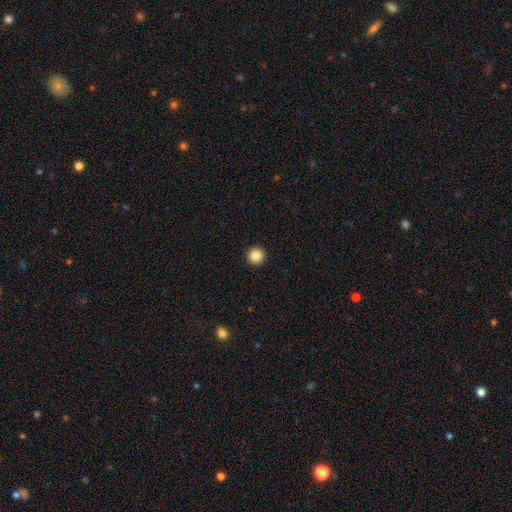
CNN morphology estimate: Smooth or featured? smooth (86%)
How rounded? round (96%)
Merging? none (94%)